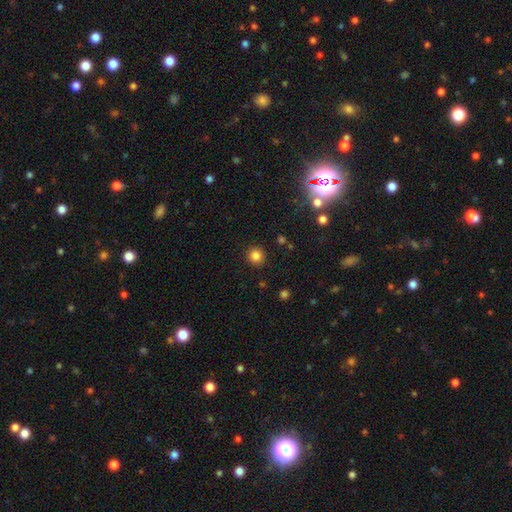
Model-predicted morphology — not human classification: Smooth or featured?
  - smooth: 83% *
  - star or artifact: 13%
  - featured or disk: 4%
How rounded?
  - round: 93% *
  - in between: 6%
  - cigar-shaped: 1%
Merging?
  - none: 91% *
  - minor disturbance: 6%
  - major disturbance: 2%
  - merger: 1%